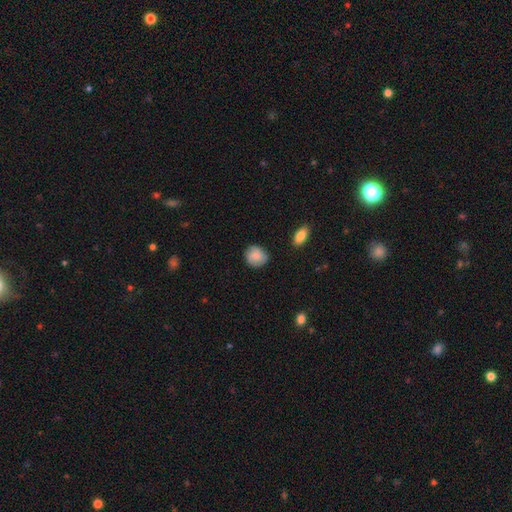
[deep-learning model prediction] Morphology: type=smooth (81%); roundness=round (79%); merging=none (80%).